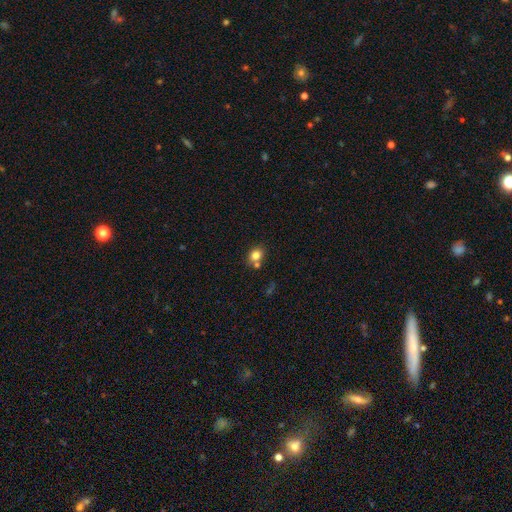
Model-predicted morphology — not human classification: Overall: smooth (81%). How rounded: round (59%; in between 40%). Merging: none (64%).